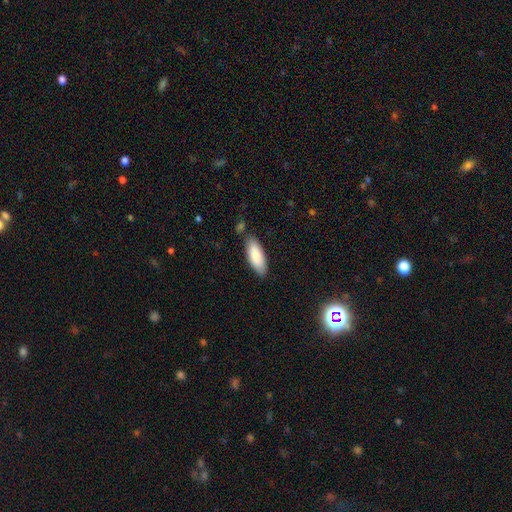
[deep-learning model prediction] Smooth or featured?
  - smooth: 85% *
  - featured or disk: 9%
  - star or artifact: 6%
How rounded?
  - in between: 76% *
  - cigar-shaped: 23%
  - round: 2%
Merging?
  - none: 77% *
  - minor disturbance: 15%
  - merger: 5%
  - major disturbance: 3%